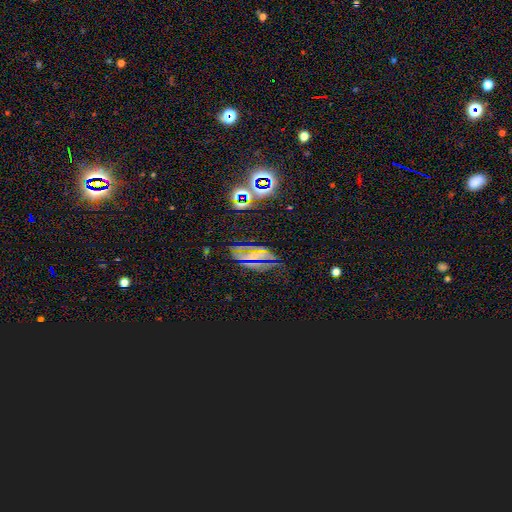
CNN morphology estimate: Smooth or featured? Predicted: star or artifact (p=0.47).